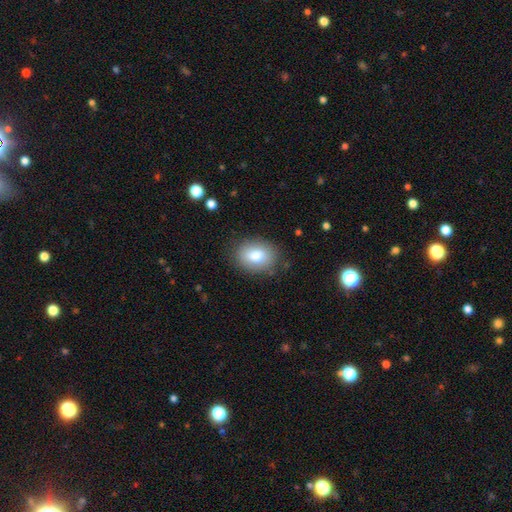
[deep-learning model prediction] The model was most divided on "how rounded": in between: 69%, round: 29%, cigar-shaped: 1%. More confident: merging — none (82%); smooth or featured — smooth (80%).